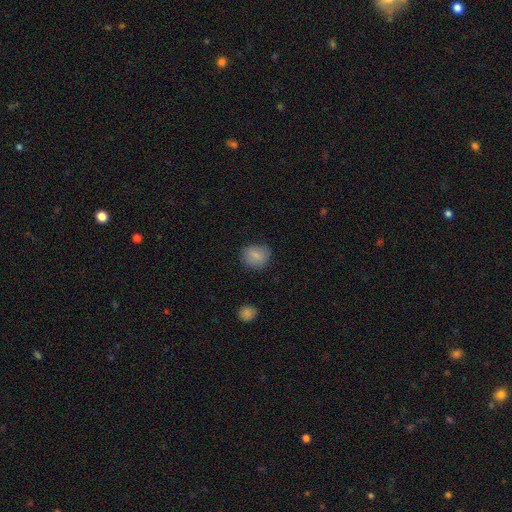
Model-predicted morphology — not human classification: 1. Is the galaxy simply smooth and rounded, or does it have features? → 83% smooth, 9% star or artifact, 8% featured or disk.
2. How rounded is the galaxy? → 64% round, 34% in between, 1% cigar-shaped.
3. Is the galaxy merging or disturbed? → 78% none, 16% minor disturbance, 4% major disturbance, 1% merger.